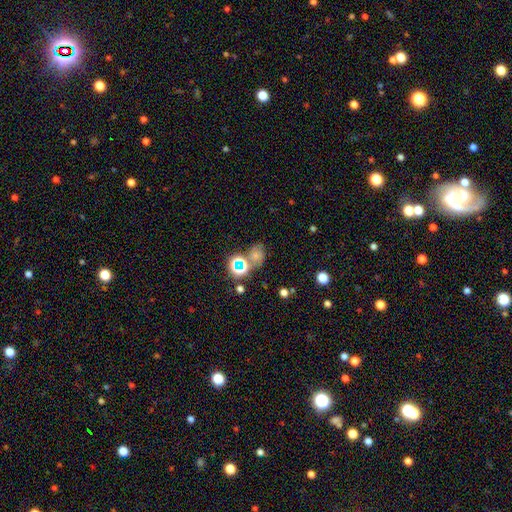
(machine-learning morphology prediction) Smooth or featured? smooth (52%)
How rounded? in between (50%)
Merging? none (50%)